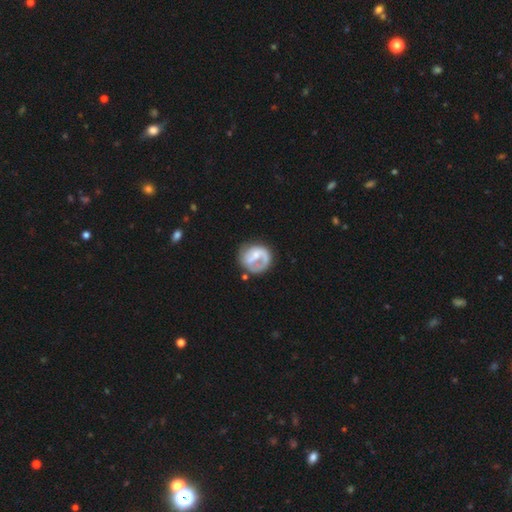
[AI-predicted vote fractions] Smooth or featured?
  - featured or disk: 59% *
  - smooth: 34%
  - star or artifact: 6%
Edge-on disk?
  - no: 98% *
  - yes: 2%
Bar?
  - no: 47% *
  - weak: 39%
  - strong: 14%
Spiral arms?
  - yes: 67% *
  - no: 33%
Bulge size?
  - small: 42% *
  - moderate: 28%
  - none: 24%
  - large: 5%
  - dominant: 2%
Merging?
  - none: 53% *
  - minor disturbance: 21%
  - major disturbance: 21%
  - merger: 5%